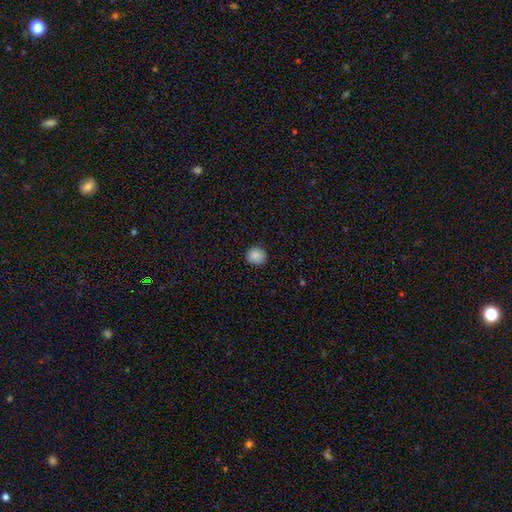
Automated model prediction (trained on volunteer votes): smooth-or-featured: smooth: 87% | star or artifact: 9% | featured or disk: 4%
  how-rounded: round: 88% | in between: 11% | cigar-shaped: 1%
  merging: none: 88% | minor disturbance: 9% | major disturbance: 2% | merger: 1%